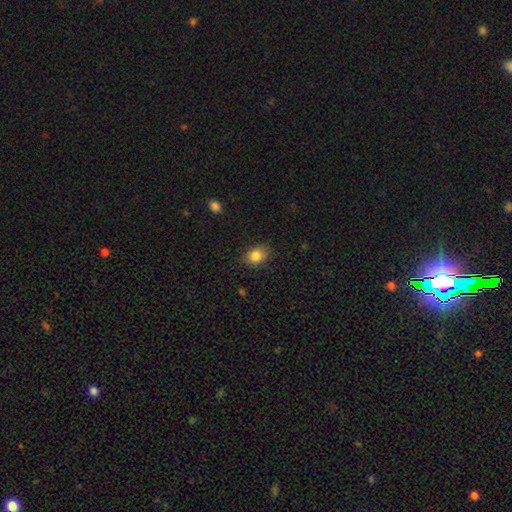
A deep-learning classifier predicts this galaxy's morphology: Smooth or featured? smooth (86%)
How rounded? in between (64%)
Merging? none (84%)